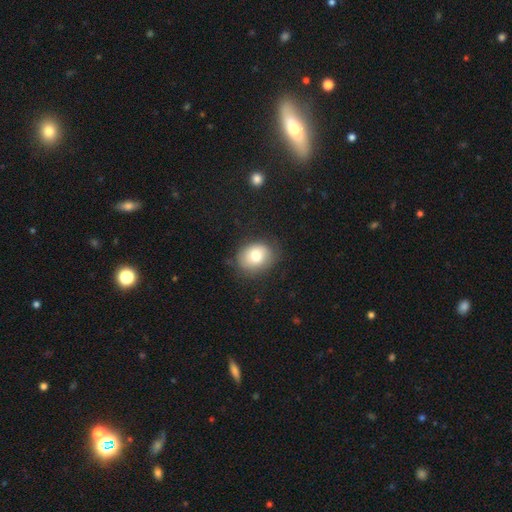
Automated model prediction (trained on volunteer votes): smooth-or-featured: smooth: 76% | featured or disk: 15% | star or artifact: 9%
  how-rounded: round: 50% | in between: 49% | cigar-shaped: 1%
  merging: none: 76% | minor disturbance: 18% | major disturbance: 5% | merger: 2%